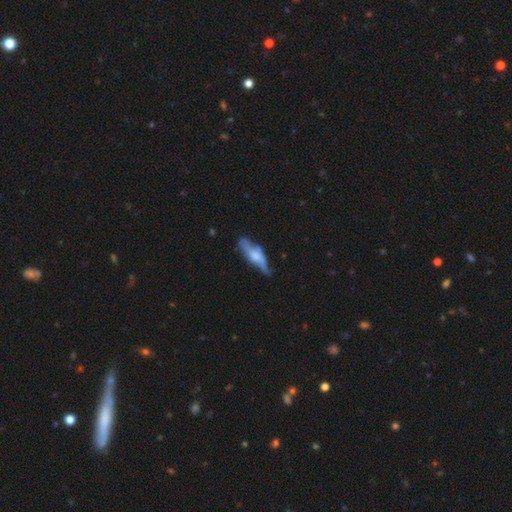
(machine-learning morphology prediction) smooth-or-featured: featured or disk: 51% | smooth: 43% | star or artifact: 6%
  disk-edge-on: yes: 71% | no: 29%
  merging: none: 53% | minor disturbance: 32% | major disturbance: 11% | merger: 4%